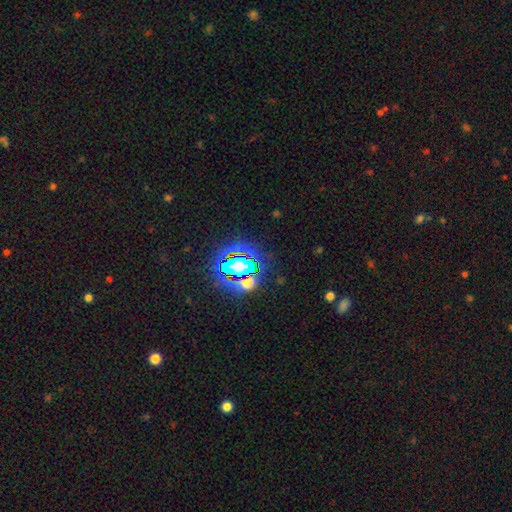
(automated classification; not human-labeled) A star or artifact, not a galaxy (80%).